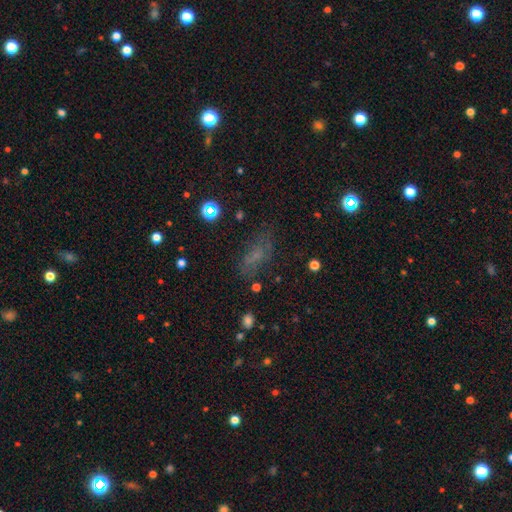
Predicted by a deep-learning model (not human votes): This appears to be a smooth galaxy with no disk features (53%) that is in between round and cigar-shaped (72%). Merging: none (63%).